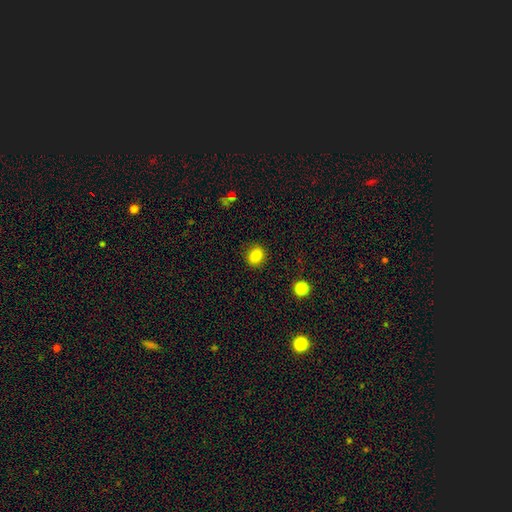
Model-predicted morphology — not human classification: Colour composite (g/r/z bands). It shows a smooth galaxy with no disk features (83%) that is round (70%). Merging: none (89%).